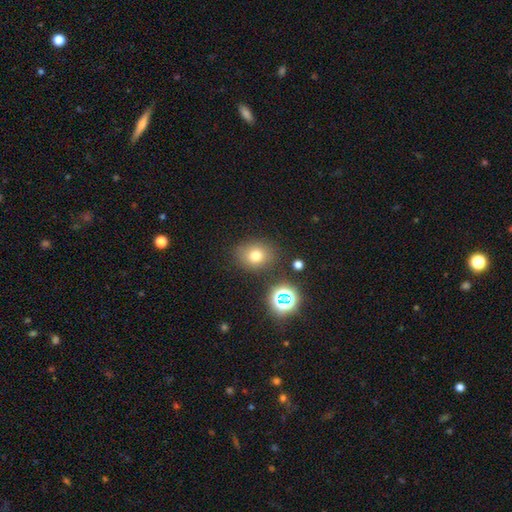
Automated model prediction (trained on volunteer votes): Morphology: type=smooth (73%); roundness=round (63%); merging=none (81%).